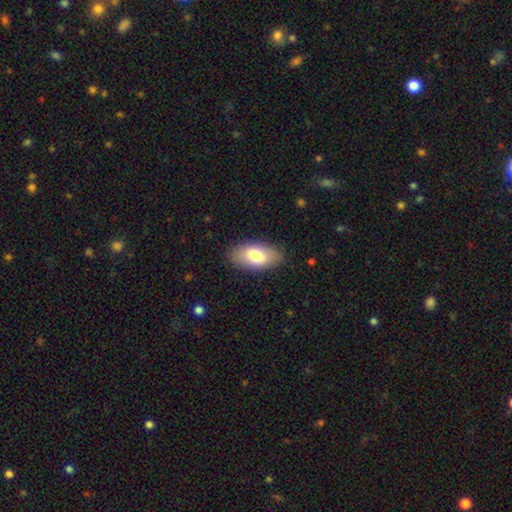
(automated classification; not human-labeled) This is likely a smooth galaxy (77%). How rounded: clearly in between (93%). Merging: clearly none (86%).